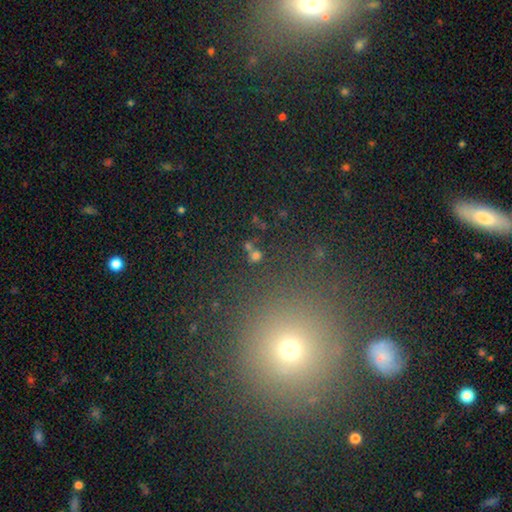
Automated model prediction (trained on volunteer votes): Smooth or featured? Predicted: smooth (p=0.60). How rounded? Predicted: round (p=0.71). Merging? Predicted: none (p=0.58).